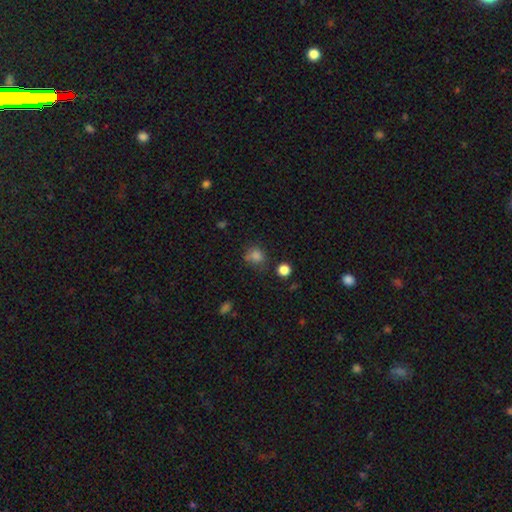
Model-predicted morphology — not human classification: This is likely a smooth galaxy (79%). How rounded: likely round (71%). Merging: likely none (61%).